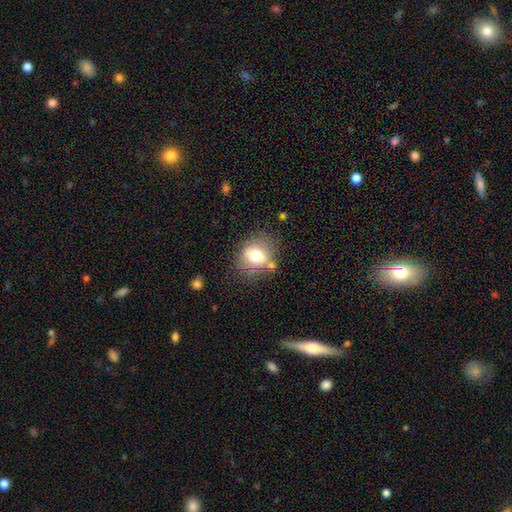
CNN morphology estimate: smooth-or-featured: smooth: 63% | featured or disk: 28% | star or artifact: 9%
  how-rounded: in between: 50% | round: 49% | cigar-shaped: 1%
  merging: none: 62% | minor disturbance: 19% | merger: 10% | major disturbance: 8%